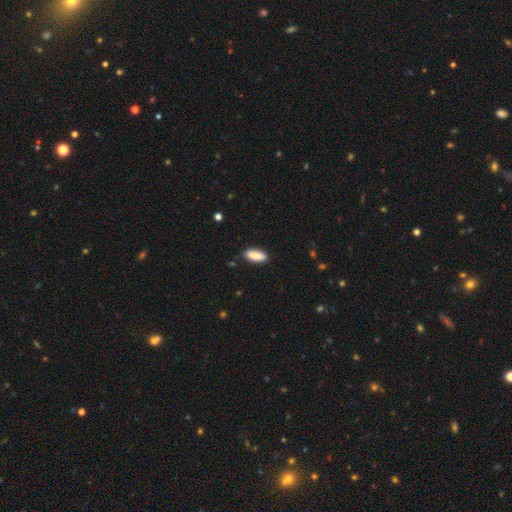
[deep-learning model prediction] This appears to be a smooth galaxy with no disk features (89%) that is in between round and cigar-shaped (75%). Merging: none (87%).